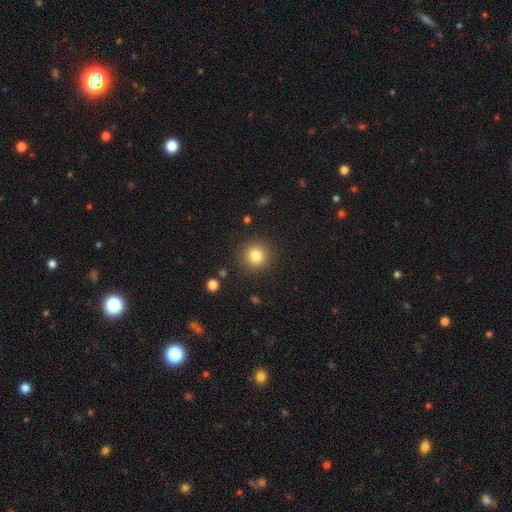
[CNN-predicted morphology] The model was most divided on "smooth or featured": smooth: 81%, star or artifact: 12%, featured or disk: 7%. More confident: how rounded — round (94%); merging — none (89%).